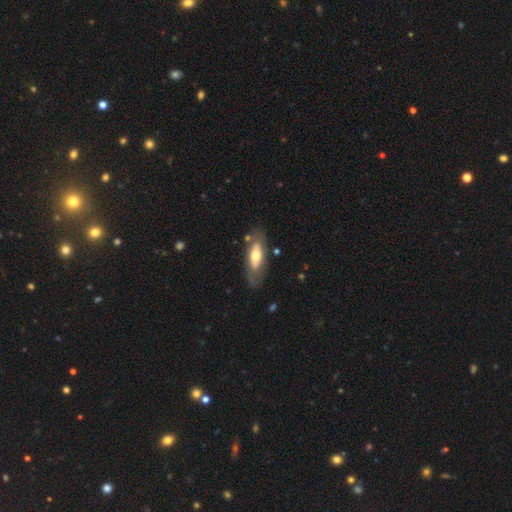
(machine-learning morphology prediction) Smooth or featured?
  - smooth: 48% *
  - featured or disk: 47%
  - star or artifact: 5%
Merging?
  - none: 73% *
  - minor disturbance: 17%
  - major disturbance: 7%
  - merger: 3%